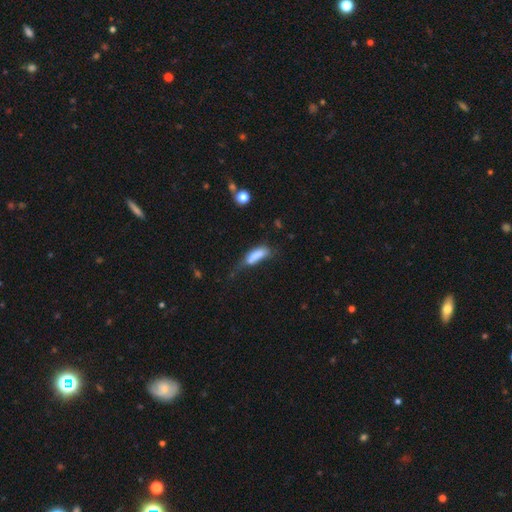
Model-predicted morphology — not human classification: The model was most divided on "merging": minor disturbance: 32%, major disturbance: 29%, none: 27%, merger: 12%. More confident: smooth or featured — smooth (75%); how rounded — in between (57%).